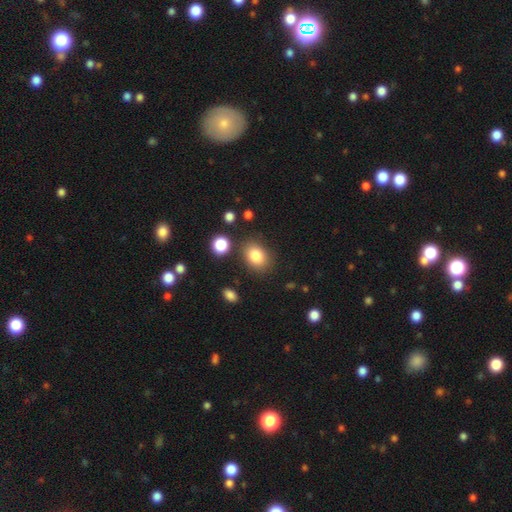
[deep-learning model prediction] Overall: smooth (82%). How rounded: in between (62%; round 37%). Merging: none (80%).